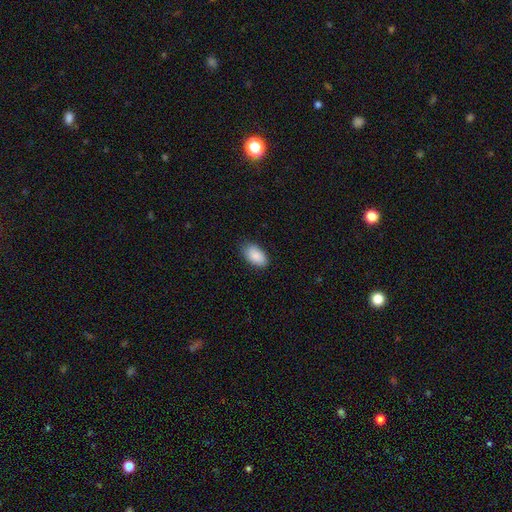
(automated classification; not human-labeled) smooth-or-featured: smooth: 89% | star or artifact: 6% | featured or disk: 5%
  how-rounded: in between: 94% | round: 4% | cigar-shaped: 2%
  merging: none: 82% | minor disturbance: 14% | major disturbance: 3% | merger: 1%